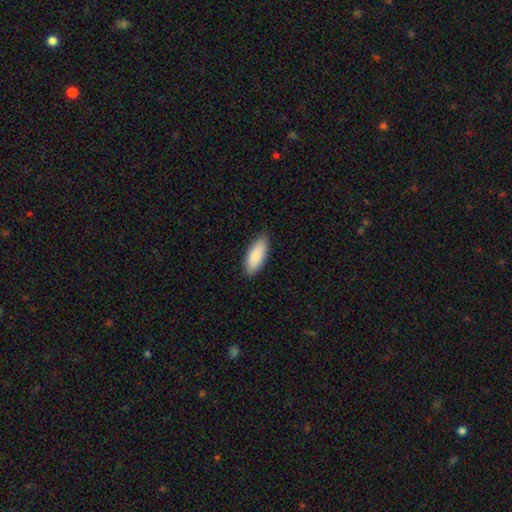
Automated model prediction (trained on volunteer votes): Smooth or featured?
  - smooth: 89% *
  - featured or disk: 6%
  - star or artifact: 5%
How rounded?
  - in between: 80% *
  - cigar-shaped: 18%
  - round: 2%
Merging?
  - none: 86% *
  - minor disturbance: 12%
  - major disturbance: 2%
  - merger: 1%